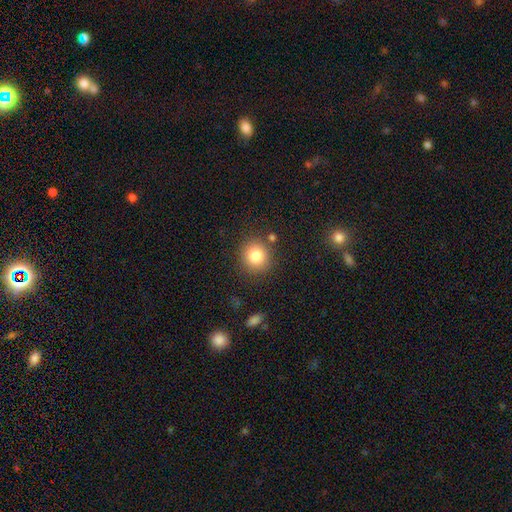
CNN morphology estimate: This appears to be a smooth galaxy with no disk features (82%) that is round (86%). Merging: none (85%).